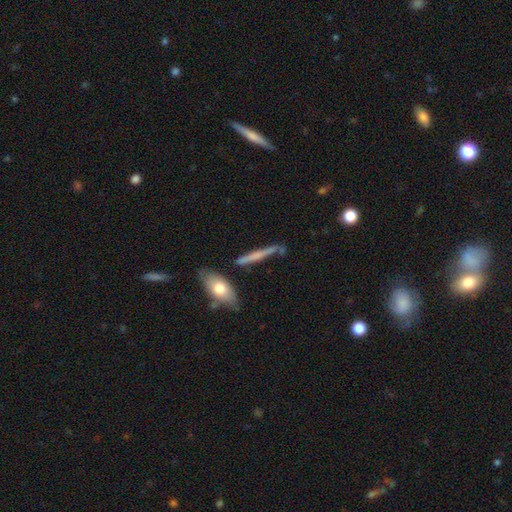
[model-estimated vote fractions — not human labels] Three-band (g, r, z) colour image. It shows a smooth galaxy with no disk features (47%). Merging: none (73%).